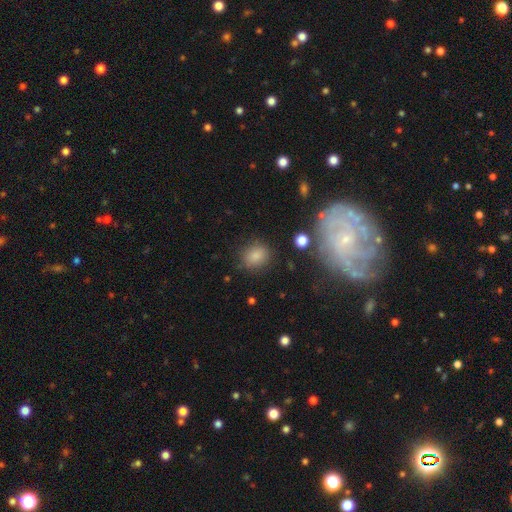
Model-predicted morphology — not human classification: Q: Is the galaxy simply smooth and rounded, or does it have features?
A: smooth — 82%.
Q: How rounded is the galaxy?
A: round — 52%.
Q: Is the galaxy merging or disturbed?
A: none — 81%.